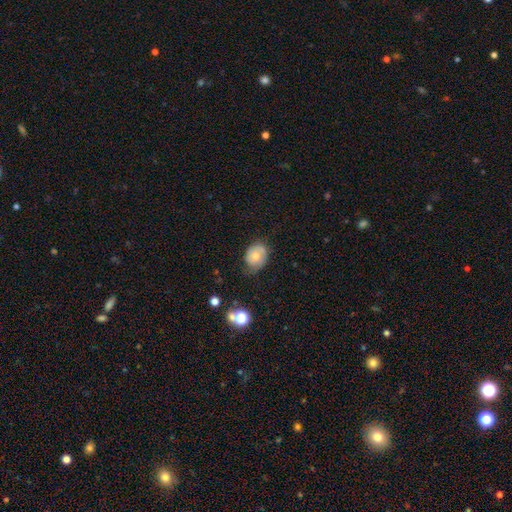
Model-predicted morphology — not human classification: smooth-or-featured: smooth: 59% | featured or disk: 32% | star or artifact: 9%
  how-rounded: in between: 52% | round: 47% | cigar-shaped: 1%
  merging: none: 58% | minor disturbance: 32% | major disturbance: 8% | merger: 2%